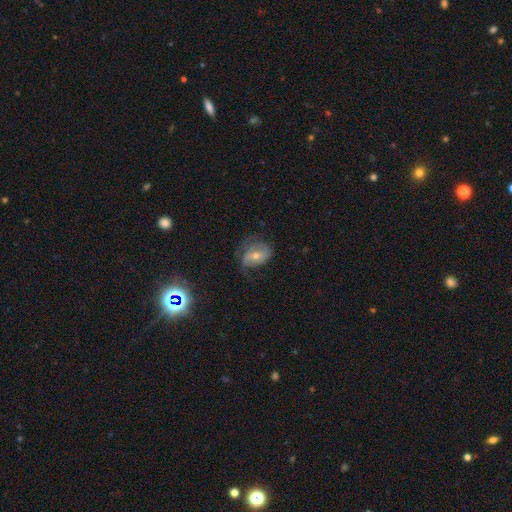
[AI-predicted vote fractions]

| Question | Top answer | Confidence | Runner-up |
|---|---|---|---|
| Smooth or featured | featured or disk | 49% | smooth (41%) |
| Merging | none | 49% | minor disturbance (28%) |